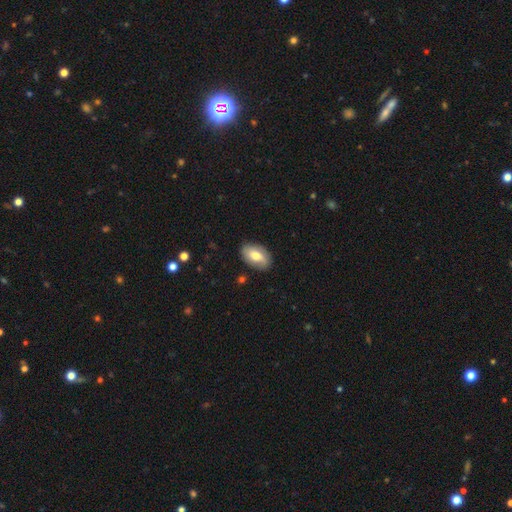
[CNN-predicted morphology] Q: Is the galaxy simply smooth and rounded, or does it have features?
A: smooth — 63%.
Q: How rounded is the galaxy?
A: in between — 91%.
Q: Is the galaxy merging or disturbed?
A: none — 83%.